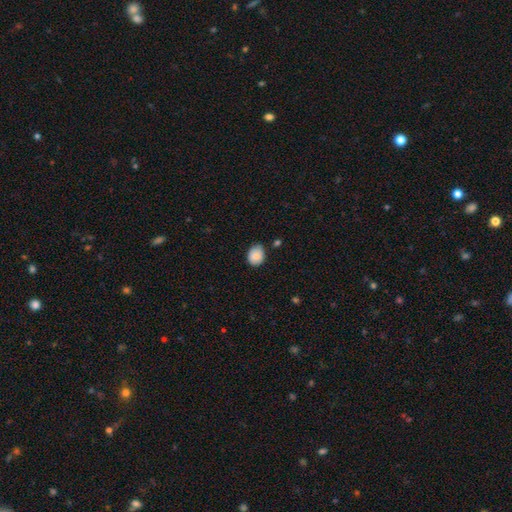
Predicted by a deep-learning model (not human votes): A smooth galaxy with no disk features (83%) that is round (53%).

Vote fractions:
- Smooth or featured? smooth: 83% / featured or disk: 9% / star or artifact: 8%
- How rounded? round: 53% / in between: 46% / cigar-shaped: 1%
- Merging? none: 74% / minor disturbance: 20% / major disturbance: 3% / merger: 3%